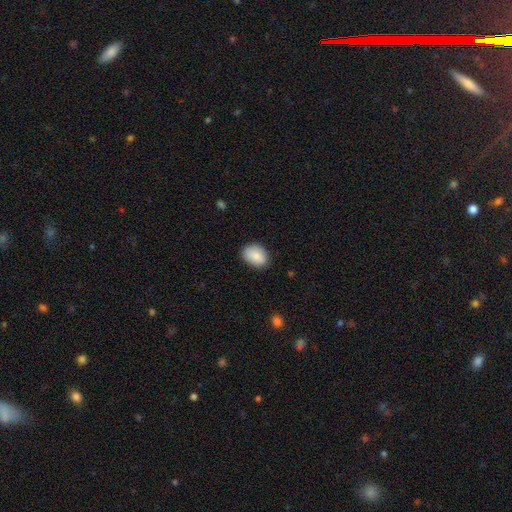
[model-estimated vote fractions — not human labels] Smooth or featured?
  - smooth: 86% *
  - featured or disk: 7%
  - star or artifact: 7%
How rounded?
  - in between: 76% *
  - round: 23%
  - cigar-shaped: 1%
Merging?
  - none: 82% *
  - minor disturbance: 15%
  - major disturbance: 3%
  - merger: 1%